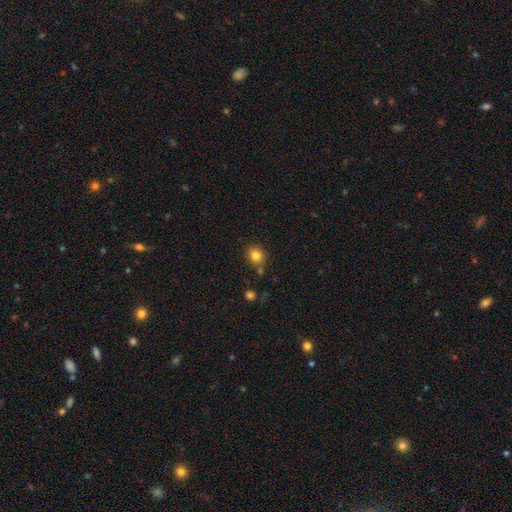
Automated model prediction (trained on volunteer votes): smooth_or_featured: smooth (p=0.82) [alt: star or artifact p=0.11]
how_rounded: round (p=0.76) [alt: in between p=0.23]
merging: none (p=0.76) [alt: minor disturbance p=0.13]